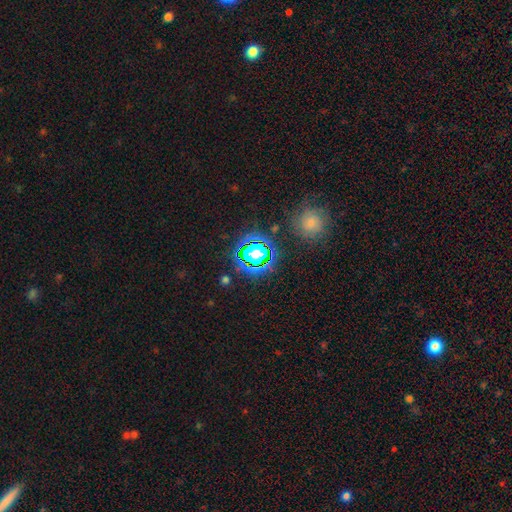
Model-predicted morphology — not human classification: Smooth or featured? star or artifact (71%)